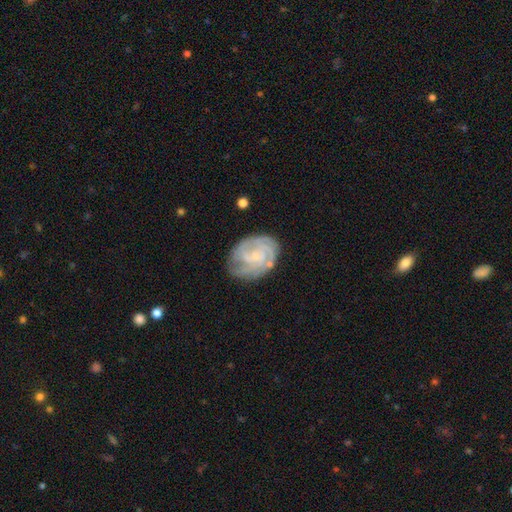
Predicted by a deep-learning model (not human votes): smooth_or_featured: featured or disk (p=0.83) [alt: smooth p=0.11]
disk_edge_on: no (p=0.98) [alt: yes p=0.02]
bar: no (p=0.60) [alt: weak p=0.33]
has_spiral_arms: yes (p=0.96) [alt: no p=0.04]
spiral_winding: tight (p=0.69) [alt: medium p=0.26]
spiral_arm_count: 3 (p=0.30) [alt: can't tell p=0.23]
bulge_size: small (p=0.55) [alt: none p=0.28]
merging: none (p=0.75) [alt: minor disturbance p=0.18]